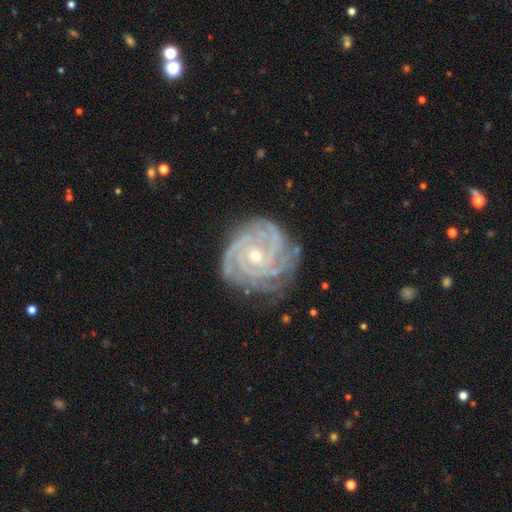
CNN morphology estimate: Smooth or featured: featured or disk — 91% (star or artifact — 5%)
Edge-on disk: no — 98% (yes — 2%)
Bar: no — 67% (weak — 24%)
Spiral arms: yes — 98% (no — 2%)
Spiral winding: tight — 82% (medium — 16%)
Spiral arm count: 4 — 29% (3 — 25%)
Bulge size: small — 57% (moderate — 40%)
Merging: none — 75% (minor disturbance — 19%)